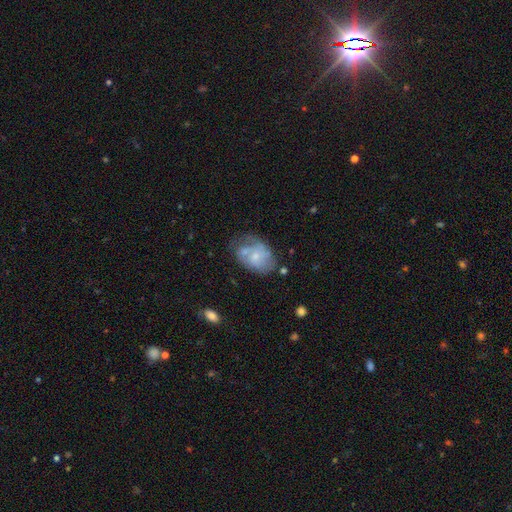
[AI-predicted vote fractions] Smooth or featured? Predicted: featured or disk (p=0.52). Edge-on disk? Predicted: no (p=0.97). Bar? Predicted: no (p=0.73). Spiral arms? Predicted: yes (p=0.60). Bulge size? Predicted: small (p=0.56). Merging? Predicted: none (p=0.41).